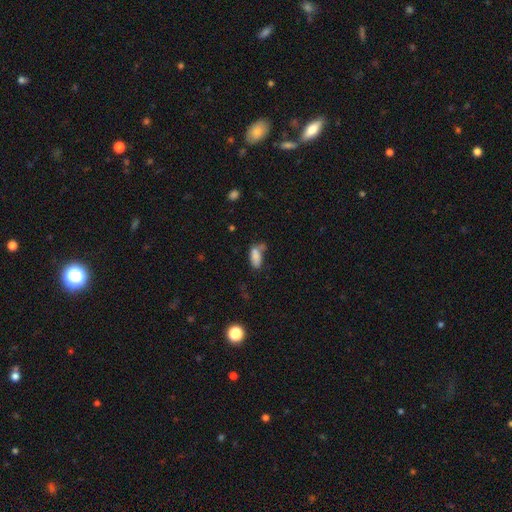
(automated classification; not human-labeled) Smooth or featured?
  - smooth: 81% *
  - star or artifact: 10%
  - featured or disk: 8%
How rounded?
  - in between: 87% *
  - cigar-shaped: 10%
  - round: 3%
Merging?
  - none: 43% *
  - merger: 24%
  - minor disturbance: 22%
  - major disturbance: 12%